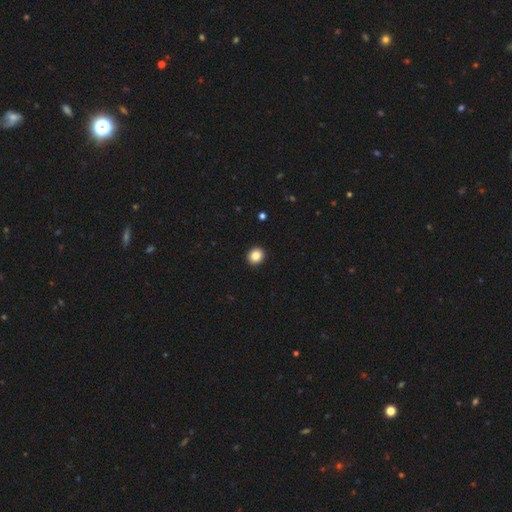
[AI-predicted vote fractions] Overall: smooth (86%). How rounded: round (78%). Merging: none (93%).